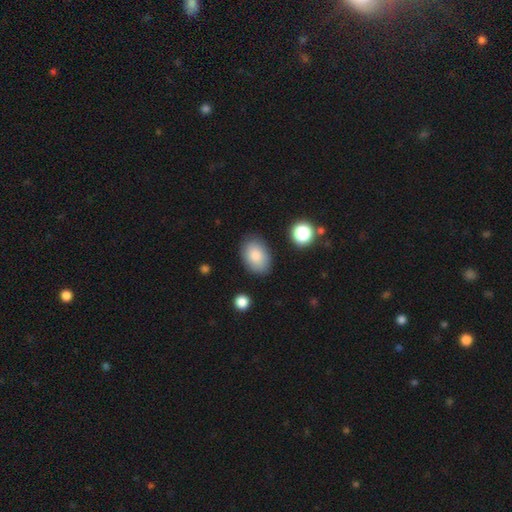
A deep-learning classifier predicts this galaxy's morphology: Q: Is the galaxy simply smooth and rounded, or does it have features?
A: smooth — 85%.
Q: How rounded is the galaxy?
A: in between — 86%.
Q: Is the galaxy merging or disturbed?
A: none — 82%.